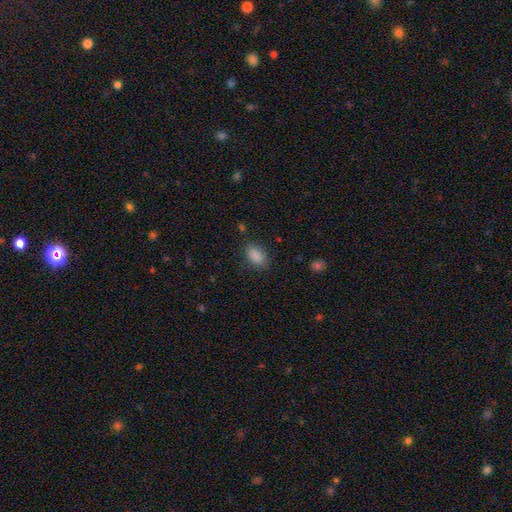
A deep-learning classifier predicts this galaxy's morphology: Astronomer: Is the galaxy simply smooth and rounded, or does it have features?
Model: smooth — 88%.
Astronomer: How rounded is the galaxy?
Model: in between — 90%.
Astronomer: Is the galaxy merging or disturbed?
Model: none — 82%.